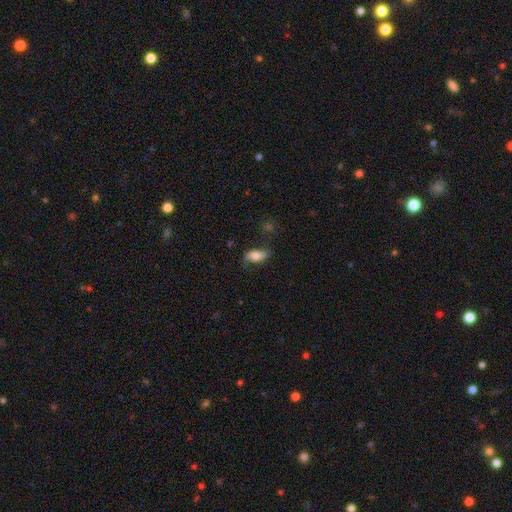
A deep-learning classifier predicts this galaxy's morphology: Smooth or featured? Predicted: smooth (p=0.63). How rounded? Predicted: in between (p=0.83). Merging? Predicted: none (p=0.63).